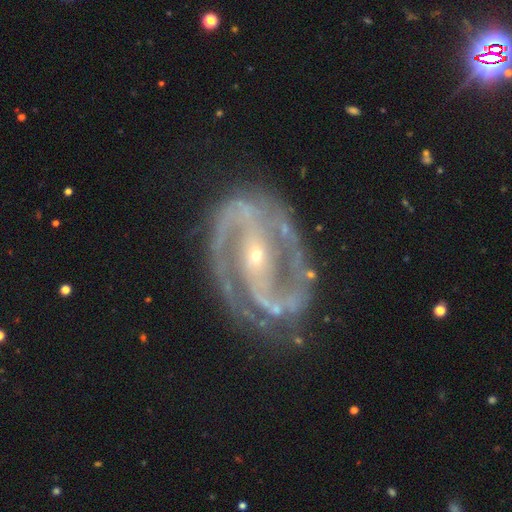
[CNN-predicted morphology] A featured or disk galaxy (91%) with a strong bar (53%), 2 (88%) medium (51%) spiral arms (97%) and a small central bulge (80%). Merging: none (73%).